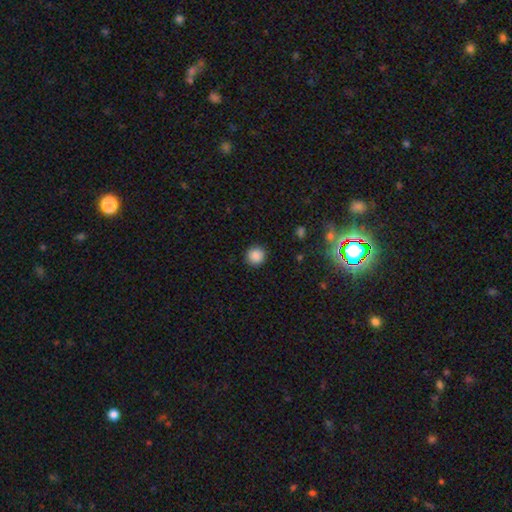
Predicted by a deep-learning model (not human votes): smooth-or-featured: smooth: 87% | star or artifact: 10% | featured or disk: 3%
  how-rounded: round: 93% | in between: 6% | cigar-shaped: 1%
  merging: none: 91% | minor disturbance: 6% | major disturbance: 2% | merger: 1%